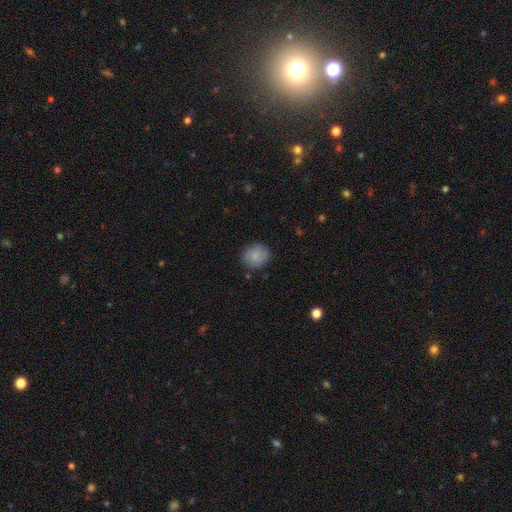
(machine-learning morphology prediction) Smooth or featured? Predicted: smooth (p=0.83). How rounded? Predicted: round (p=0.75). Merging? Predicted: none (p=0.84).